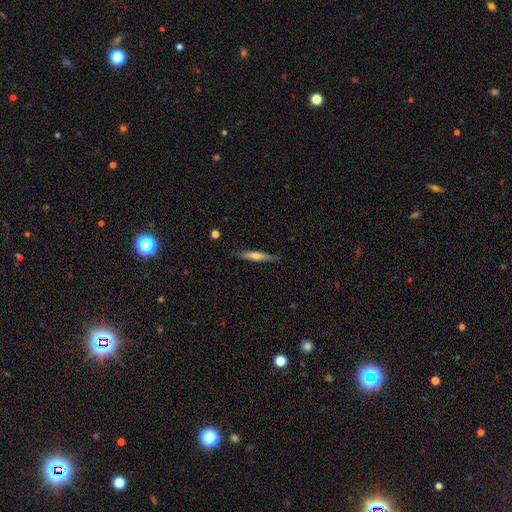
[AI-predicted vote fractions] Smooth or featured?
  - smooth: 59% *
  - featured or disk: 35%
  - star or artifact: 6%
How rounded?
  - cigar-shaped: 89% *
  - in between: 9%
  - round: 2%
Merging?
  - none: 85% *
  - minor disturbance: 12%
  - major disturbance: 2%
  - merger: 1%